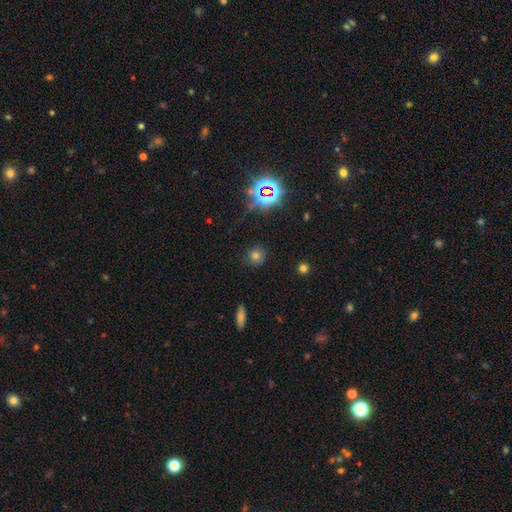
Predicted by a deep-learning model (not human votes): Smooth or featured?
  - smooth: 68% *
  - star or artifact: 24%
  - featured or disk: 9%
How rounded?
  - round: 90% *
  - in between: 9%
  - cigar-shaped: 1%
Merging?
  - none: 85% *
  - minor disturbance: 10%
  - major disturbance: 3%
  - merger: 2%